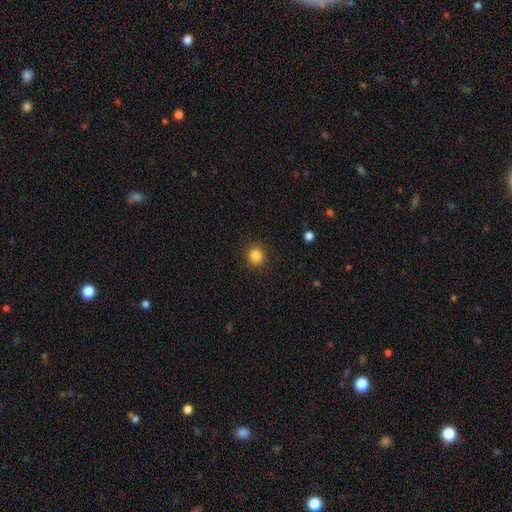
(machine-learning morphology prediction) Smooth or featured: smooth — 85% (star or artifact — 11%)
How rounded: round — 91% (in between — 8%)
Merging: none — 91% (minor disturbance — 6%)